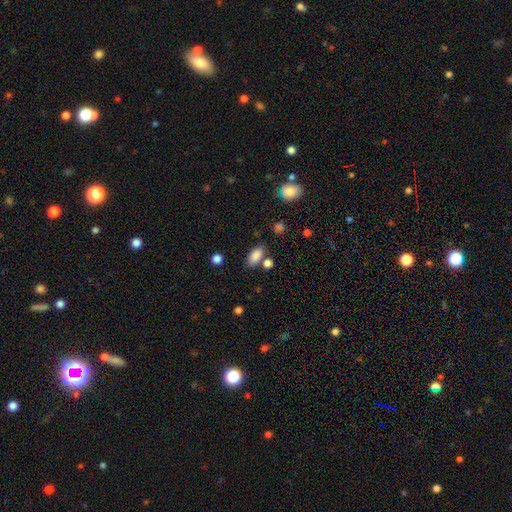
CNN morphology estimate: type=smooth (85%); roundness=in between (88%); merging=none (70%).